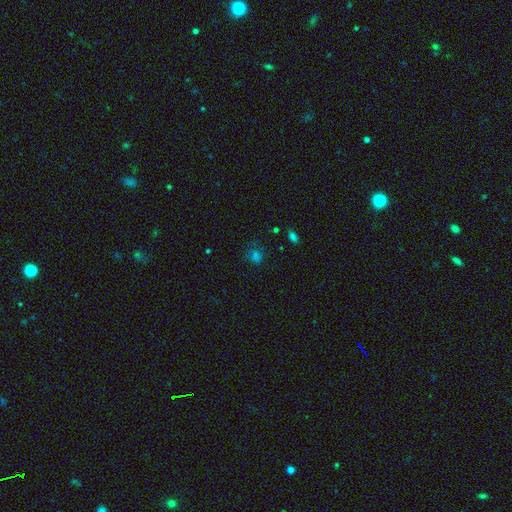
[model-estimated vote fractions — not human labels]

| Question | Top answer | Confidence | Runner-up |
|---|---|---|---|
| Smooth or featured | smooth | 59% | star or artifact (32%) |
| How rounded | round | 74% | in between (25%) |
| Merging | none | 65% | minor disturbance (20%) |